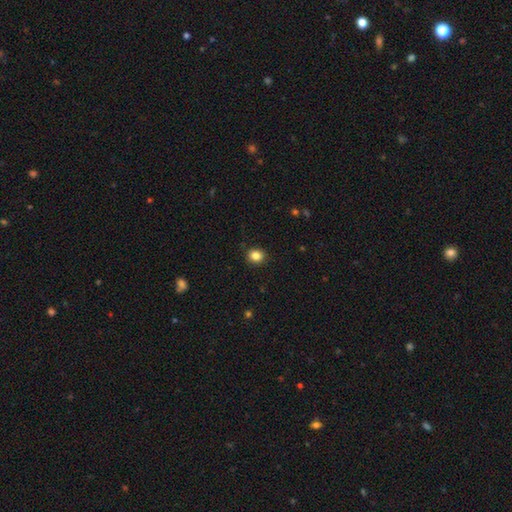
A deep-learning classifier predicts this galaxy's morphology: smooth_or_featured: smooth (p=0.85) [alt: star or artifact p=0.11]
how_rounded: round (p=0.78) [alt: in between p=0.21]
merging: none (p=0.91) [alt: minor disturbance p=0.06]